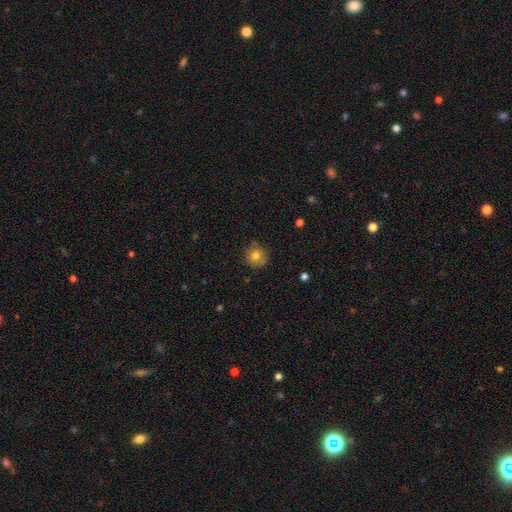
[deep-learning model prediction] Smooth or featured? smooth (78%)
How rounded? round (92%)
Merging? none (81%)